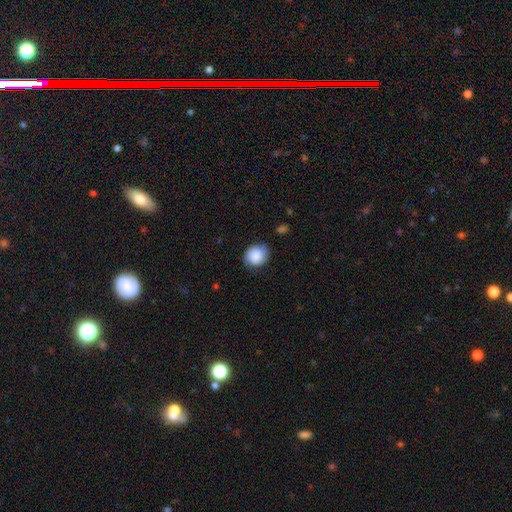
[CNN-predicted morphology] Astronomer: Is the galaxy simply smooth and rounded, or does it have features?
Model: smooth — 84%.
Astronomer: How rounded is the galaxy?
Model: round — 64%.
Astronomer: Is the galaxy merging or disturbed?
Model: none — 77%.